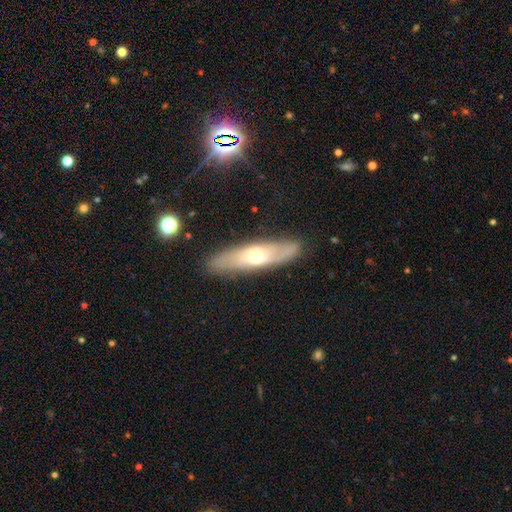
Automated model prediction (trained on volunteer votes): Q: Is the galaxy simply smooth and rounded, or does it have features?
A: featured or disk — 58%.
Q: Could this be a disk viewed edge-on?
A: no — 56%.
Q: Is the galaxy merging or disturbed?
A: none — 85%.